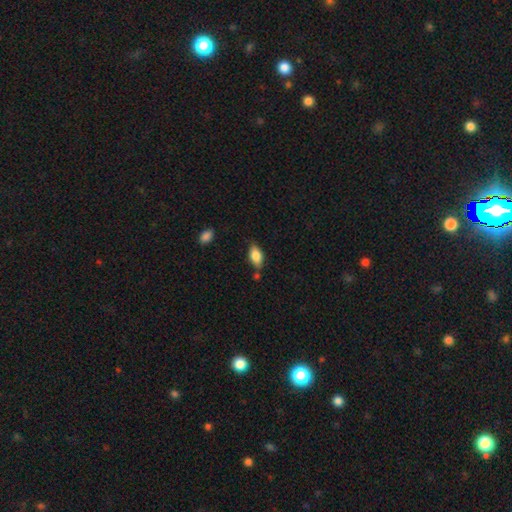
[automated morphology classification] smooth-or-featured: smooth: 82% | featured or disk: 11% | star or artifact: 7%
  how-rounded: in between: 90% | cigar-shaped: 5% | round: 5%
  merging: none: 68% | minor disturbance: 20% | merger: 8% | major disturbance: 5%